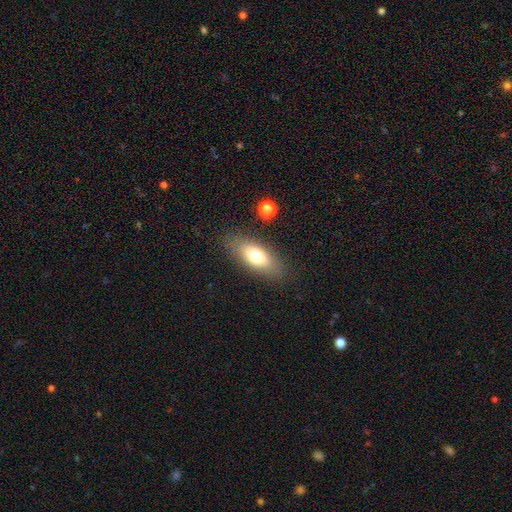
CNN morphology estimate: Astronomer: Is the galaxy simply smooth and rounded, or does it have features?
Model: smooth — 70%.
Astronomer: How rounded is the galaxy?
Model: in between — 79%.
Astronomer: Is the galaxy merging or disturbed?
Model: none — 83%.